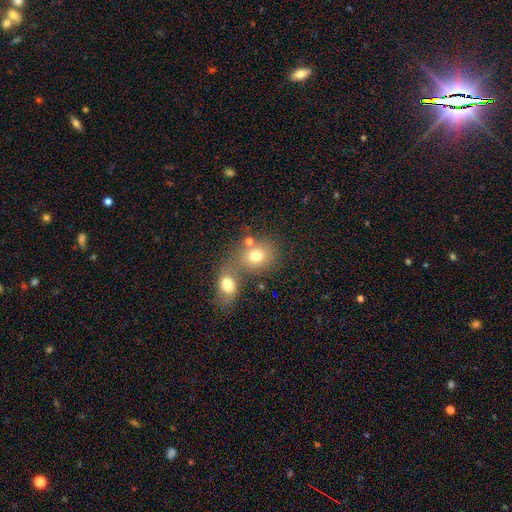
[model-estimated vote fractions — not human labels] Morphology: type=smooth (73%); roundness=round (58%); merging=merger (48%).